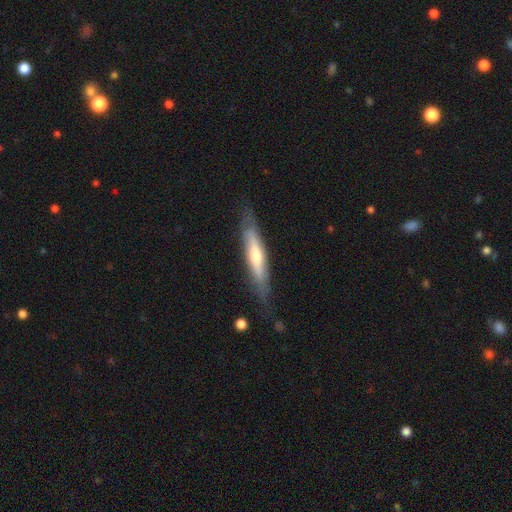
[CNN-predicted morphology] Smooth or featured?
  - featured or disk: 53% *
  - smooth: 42%
  - star or artifact: 6%
Edge-on disk?
  - yes: 78% *
  - no: 22%
Merging?
  - none: 75% *
  - minor disturbance: 18%
  - major disturbance: 5%
  - merger: 2%